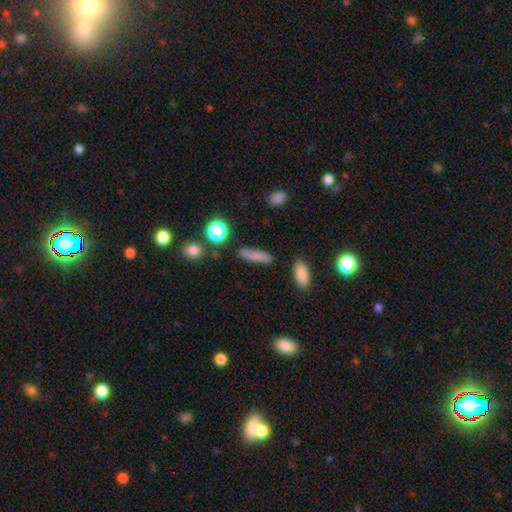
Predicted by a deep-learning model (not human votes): Smooth or featured: smooth — 77% (featured or disk — 11%)
How rounded: cigar-shaped — 67% (in between — 27%)
Merging: none — 81% (minor disturbance — 12%)